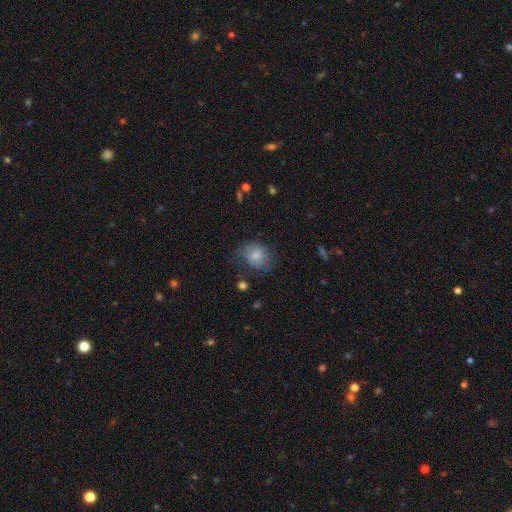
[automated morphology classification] Smooth or featured?
  - smooth: 74% *
  - featured or disk: 18%
  - star or artifact: 8%
How rounded?
  - round: 60% *
  - in between: 39%
  - cigar-shaped: 1%
Merging?
  - none: 56% *
  - minor disturbance: 27%
  - major disturbance: 14%
  - merger: 2%